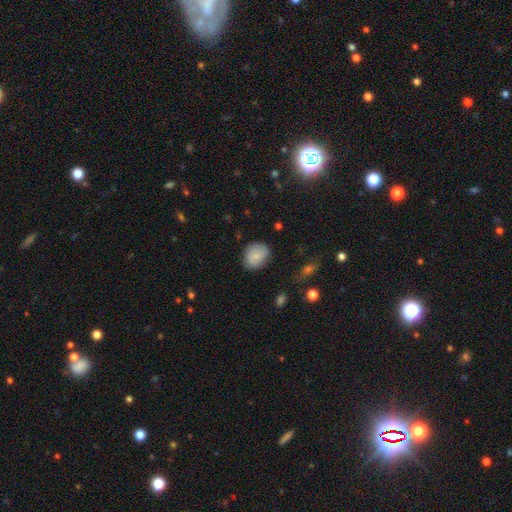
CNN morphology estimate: Q: Smooth or featured?
A: smooth (75%); runner-up: featured or disk (17%)
Q: How rounded?
A: in between (52%); runner-up: round (47%)
Q: Merging?
A: none (76%); runner-up: minor disturbance (18%)